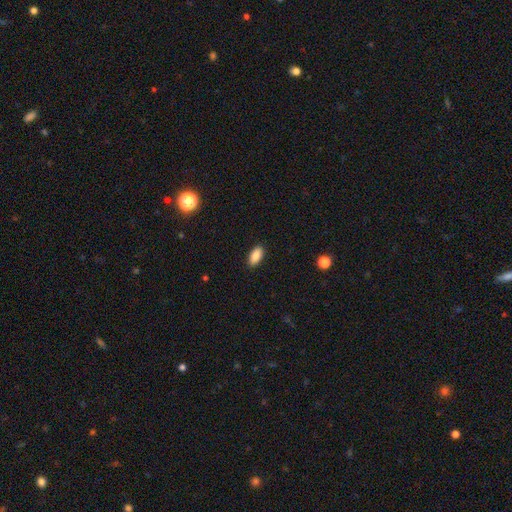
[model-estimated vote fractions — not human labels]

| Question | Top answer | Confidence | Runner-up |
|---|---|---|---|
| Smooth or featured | smooth | 88% | star or artifact (8%) |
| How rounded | in between | 91% | cigar-shaped (6%) |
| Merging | none | 90% | minor disturbance (7%) |